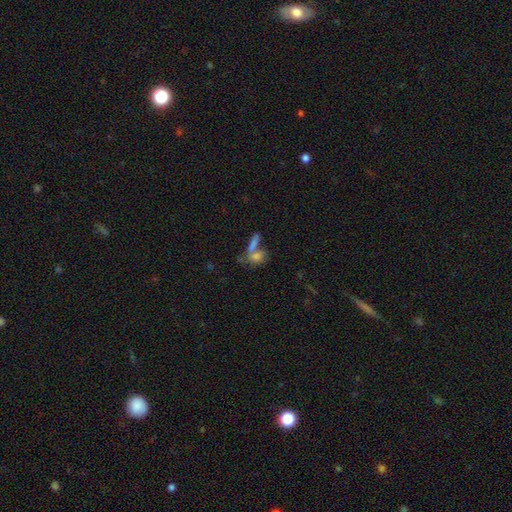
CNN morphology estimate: A smooth galaxy with no disk features (64%) that is in between round and cigar-shaped (68%).

Vote fractions:
- Smooth or featured? smooth: 64% / featured or disk: 20% / star or artifact: 17%
- How rounded? in between: 68% / cigar-shaped: 17% / round: 15%
- Merging? merger: 48% / none: 36% / minor disturbance: 9% / major disturbance: 7%